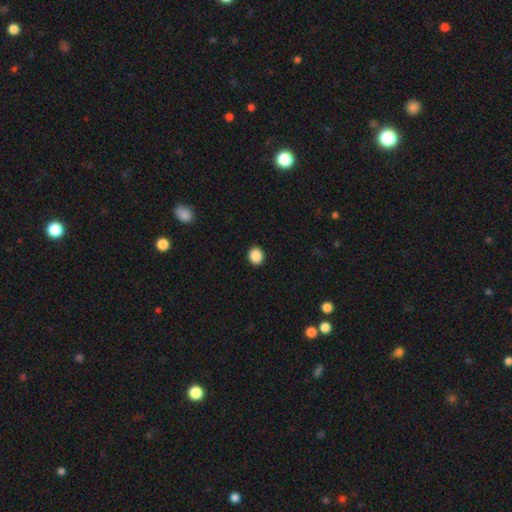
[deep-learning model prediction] Smooth or featured? smooth (88%)
How rounded? round (78%)
Merging? none (92%)